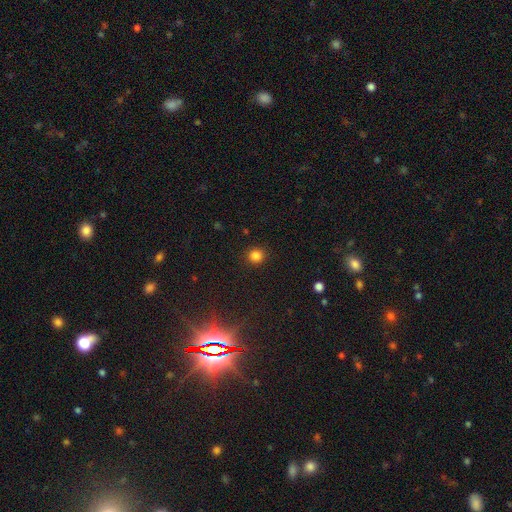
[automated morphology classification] A smooth galaxy with no disk features (83%) that is round (91%). Merging: none (91%).